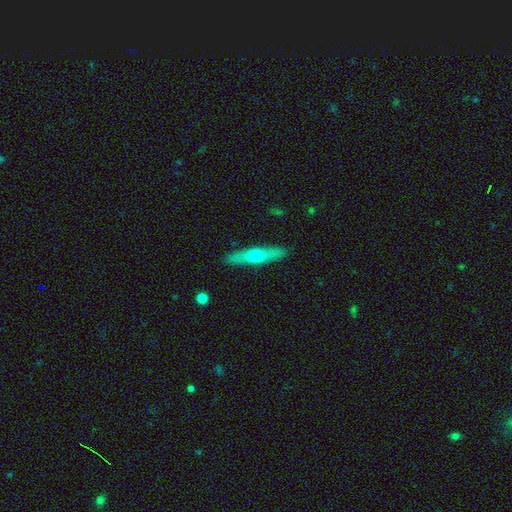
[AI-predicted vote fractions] Smooth or featured: featured or disk — 49% (smooth — 45%)
Merging: none — 90% (minor disturbance — 8%)